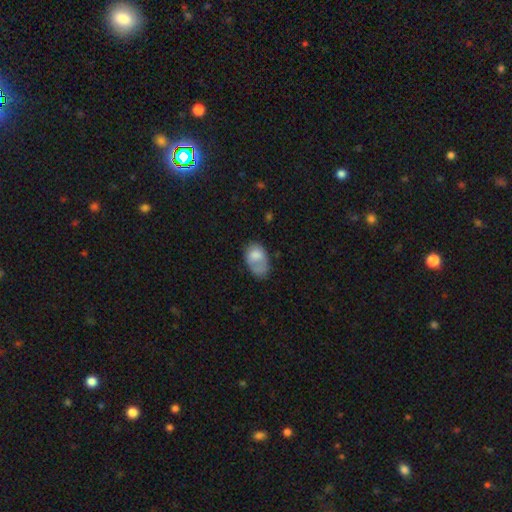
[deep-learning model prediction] Smooth or featured? Predicted: smooth (p=0.71). How rounded? Predicted: in between (p=0.85). Merging? Predicted: minor disturbance (p=0.31).